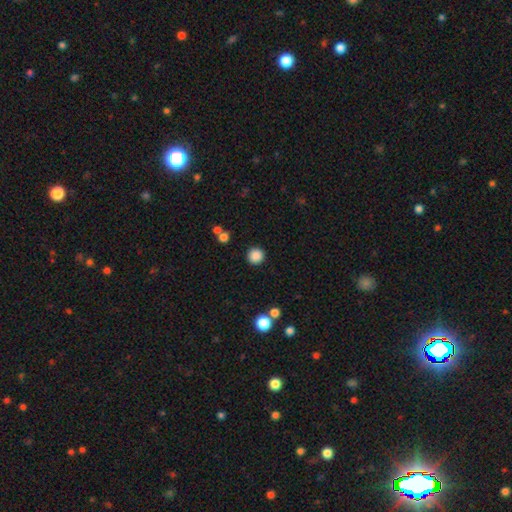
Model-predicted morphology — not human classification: Smooth or featured? Predicted: smooth (p=0.86). How rounded? Predicted: round (p=0.94). Merging? Predicted: none (p=0.89).